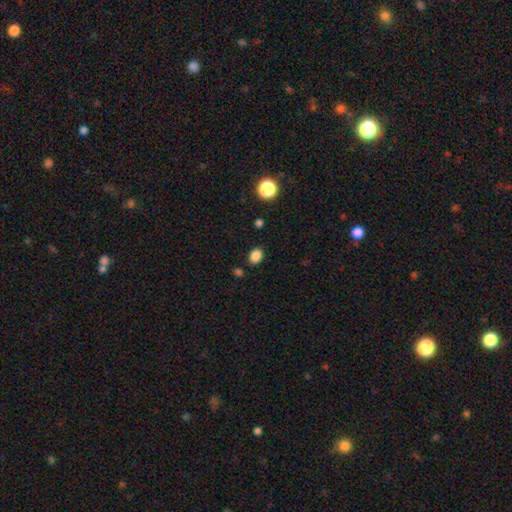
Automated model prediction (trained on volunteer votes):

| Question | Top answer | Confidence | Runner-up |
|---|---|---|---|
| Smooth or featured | smooth | 85% | star or artifact (11%) |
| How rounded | in between | 70% | round (29%) |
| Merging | none | 85% | minor disturbance (9%) |